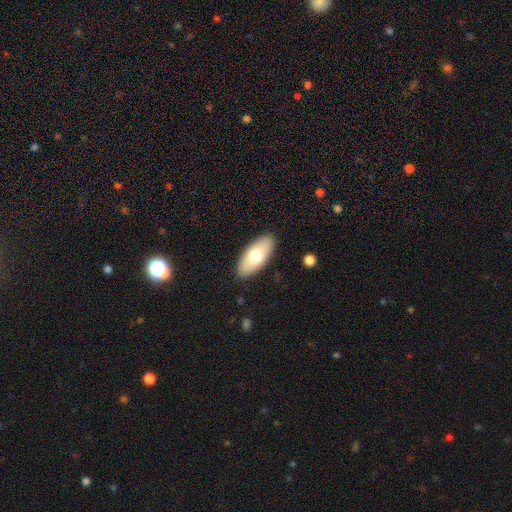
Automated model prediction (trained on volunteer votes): Overall: smooth (72%). How rounded: in between (88%). Merging: none (88%).